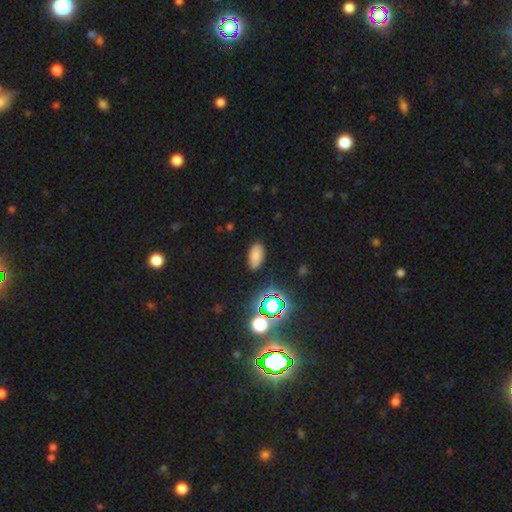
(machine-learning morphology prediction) Smooth or featured?
  - smooth: 72% *
  - star or artifact: 18%
  - featured or disk: 10%
How rounded?
  - in between: 93% *
  - round: 4%
  - cigar-shaped: 3%
Merging?
  - none: 84% *
  - minor disturbance: 12%
  - major disturbance: 3%
  - merger: 2%